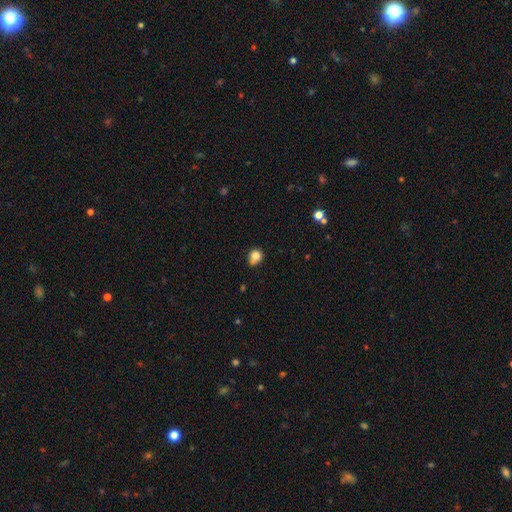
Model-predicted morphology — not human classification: Smooth or featured?
  - smooth: 79% *
  - star or artifact: 12%
  - featured or disk: 9%
How rounded?
  - round: 80% *
  - in between: 19%
  - cigar-shaped: 1%
Merging?
  - none: 59% *
  - minor disturbance: 20%
  - merger: 15%
  - major disturbance: 5%